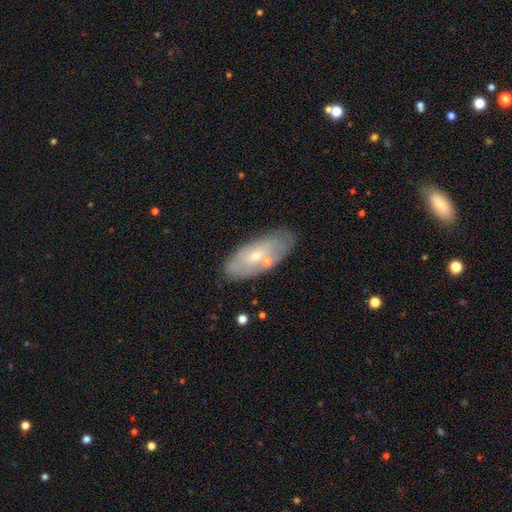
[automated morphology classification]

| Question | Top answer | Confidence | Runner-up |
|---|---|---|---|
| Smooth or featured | featured or disk | 48% | smooth (44%) |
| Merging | none | 71% | minor disturbance (17%) |